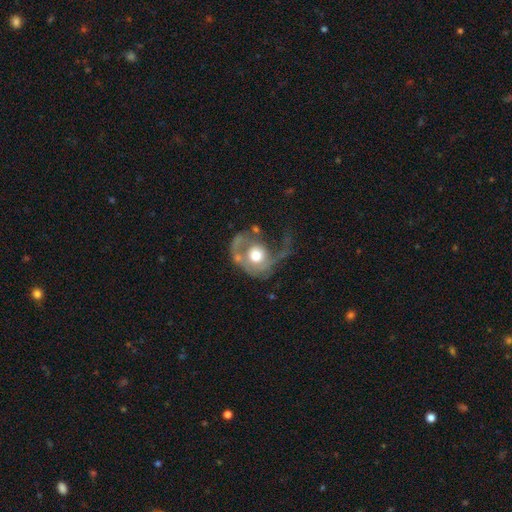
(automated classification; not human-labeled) A featured or disk galaxy (63%) with no bar (83%), spiral arms (65%) and a moderate central bulge (57%).

Vote fractions:
- Smooth or featured? featured or disk: 63% / smooth: 31% / star or artifact: 6%
- Edge-on disk? no: 97% / yes: 3%
- Bar? no: 83% / weak: 14% / strong: 3%
- Spiral arms? yes: 65% / no: 35%
- Bulge size? moderate: 57% / large: 32% / small: 5% / dominant: 4% / none: 1%
- Merging? major disturbance: 55% / none: 22% / minor disturbance: 17% / merger: 6%